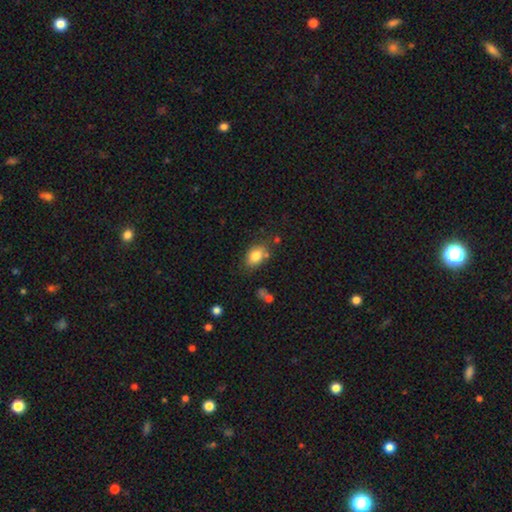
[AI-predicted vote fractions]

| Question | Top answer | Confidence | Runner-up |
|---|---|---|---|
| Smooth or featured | smooth | 81% | featured or disk (10%) |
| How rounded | in between | 80% | round (19%) |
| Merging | none | 71% | minor disturbance (18%) |